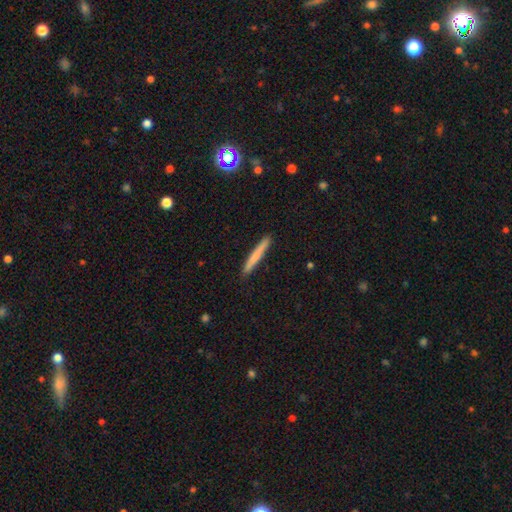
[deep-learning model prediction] smooth-or-featured: smooth: 71% | featured or disk: 23% | star or artifact: 6%
  how-rounded: cigar-shaped: 96% | in between: 2% | round: 1%
  merging: none: 91% | minor disturbance: 7% | major disturbance: 1% | merger: 1%